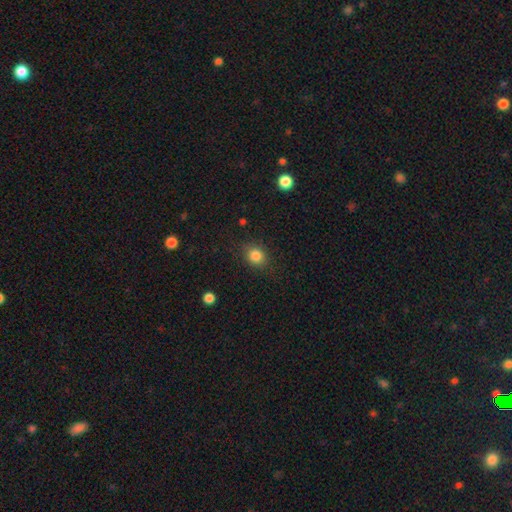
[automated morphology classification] Smooth or featured? Predicted: smooth (p=0.84). How rounded? Predicted: round (p=0.63). Merging? Predicted: none (p=0.84).